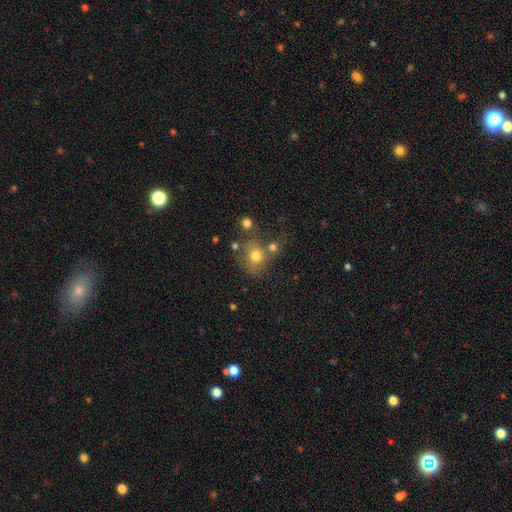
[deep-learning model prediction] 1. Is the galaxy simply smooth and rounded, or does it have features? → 73% smooth, 14% star or artifact, 13% featured or disk.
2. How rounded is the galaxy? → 72% round, 27% in between, 1% cigar-shaped.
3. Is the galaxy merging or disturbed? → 56% none, 21% merger, 16% minor disturbance, 7% major disturbance.